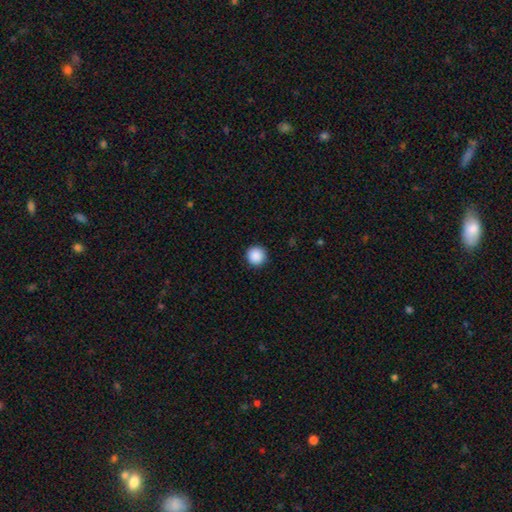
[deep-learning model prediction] smooth_or_featured: smooth (p=0.89) [alt: star or artifact p=0.08]
how_rounded: round (p=0.96) [alt: in between p=0.03]
merging: none (p=0.93) [alt: minor disturbance p=0.04]